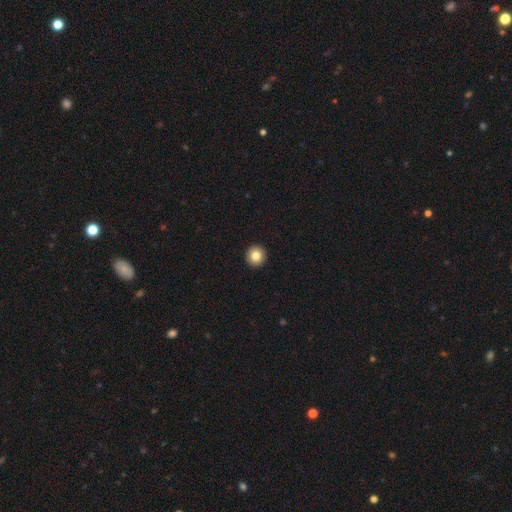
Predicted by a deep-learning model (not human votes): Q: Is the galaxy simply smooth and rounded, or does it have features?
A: smooth — 83%.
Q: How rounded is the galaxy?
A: round — 96%.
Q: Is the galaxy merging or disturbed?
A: none — 94%.